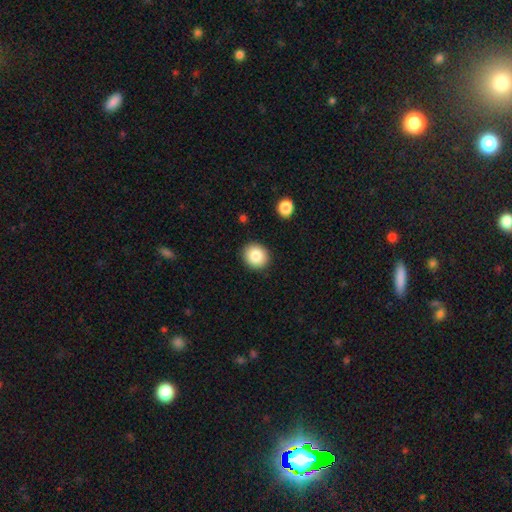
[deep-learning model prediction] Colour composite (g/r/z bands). It shows a smooth galaxy with no disk features (86%) that is round (85%). Merging: none (90%).